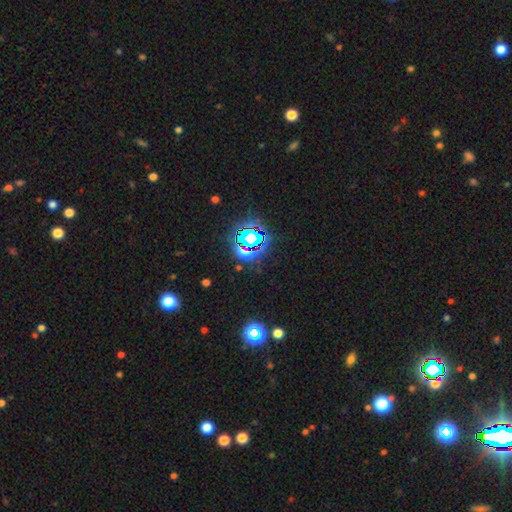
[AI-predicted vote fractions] Smooth or featured?
  - star or artifact: 82% *
  - smooth: 11%
  - featured or disk: 7%